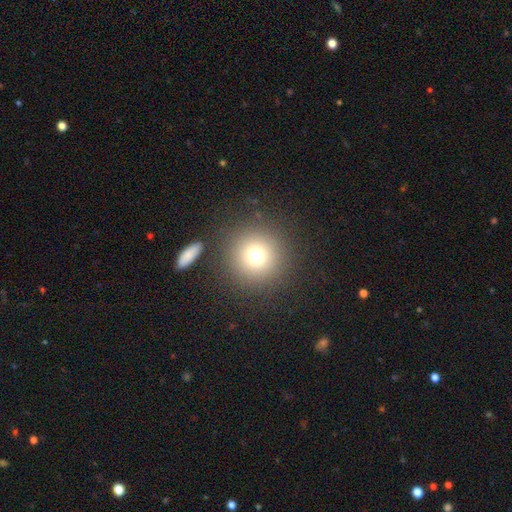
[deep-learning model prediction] Smooth or featured? Predicted: smooth (p=0.74). How rounded? Predicted: round (p=0.95). Merging? Predicted: none (p=0.86).